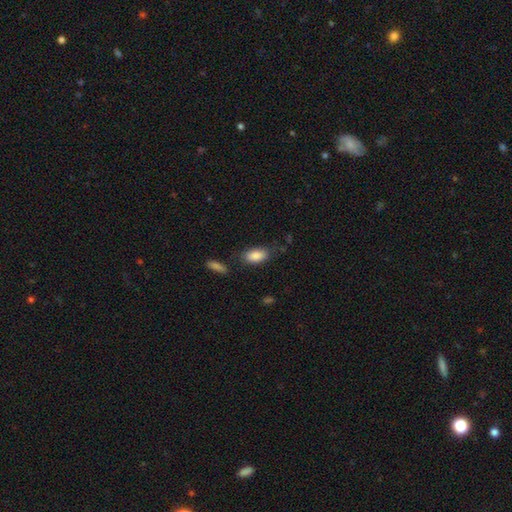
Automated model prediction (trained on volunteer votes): Smooth or featured? Predicted: smooth (p=0.87). How rounded? Predicted: in between (p=0.90). Merging? Predicted: none (p=0.73).